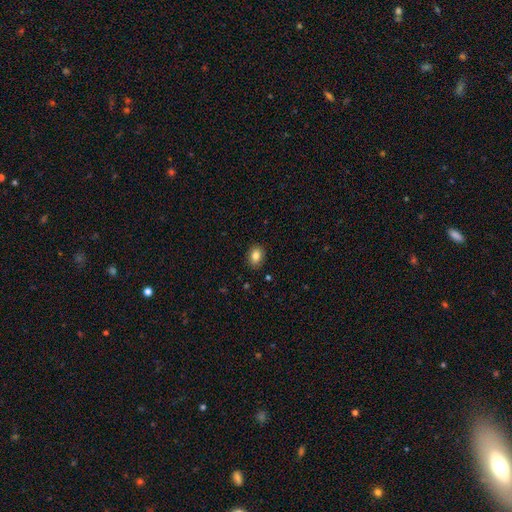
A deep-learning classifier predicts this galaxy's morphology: Smooth or featured?
  - smooth: 84% *
  - star or artifact: 9%
  - featured or disk: 7%
How rounded?
  - in between: 67% *
  - round: 32%
  - cigar-shaped: 1%
Merging?
  - none: 89% *
  - minor disturbance: 8%
  - major disturbance: 2%
  - merger: 1%